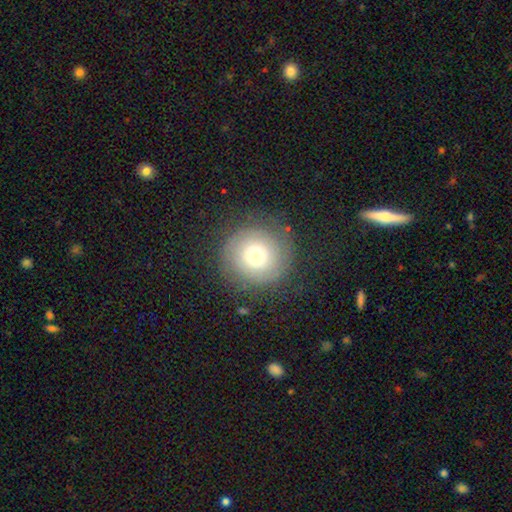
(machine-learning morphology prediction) A smooth galaxy with no disk features (48%).

Vote fractions:
- Smooth or featured? smooth: 48% / featured or disk: 42% / star or artifact: 10%
- Merging? none: 81% / minor disturbance: 12% / major disturbance: 6% / merger: 1%